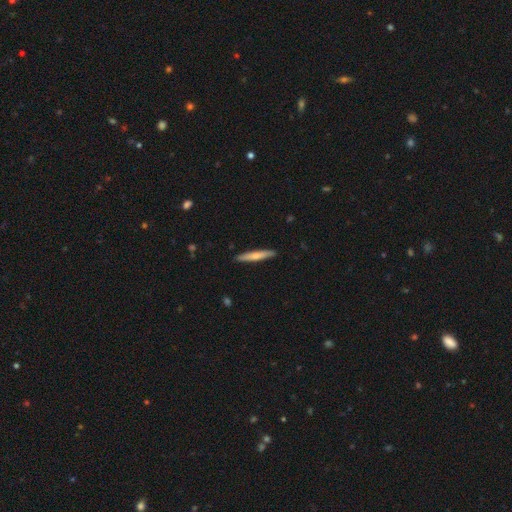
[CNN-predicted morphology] Smooth or featured?
  - smooth: 63% *
  - featured or disk: 32%
  - star or artifact: 5%
How rounded?
  - cigar-shaped: 94% *
  - in between: 5%
  - round: 1%
Merging?
  - none: 90% *
  - minor disturbance: 7%
  - major disturbance: 1%
  - merger: 1%